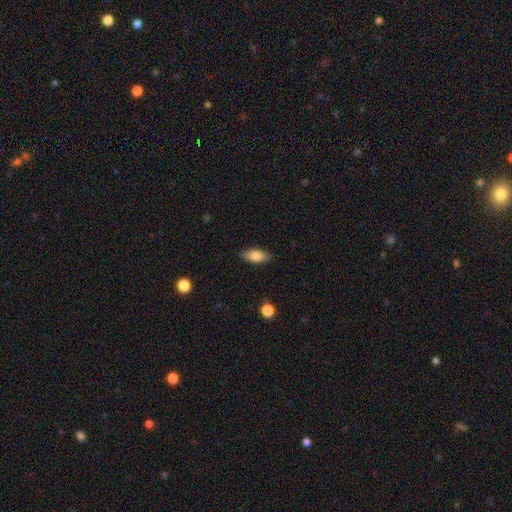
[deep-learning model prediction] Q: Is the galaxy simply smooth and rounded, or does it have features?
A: smooth — 82%.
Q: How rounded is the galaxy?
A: in between — 85%.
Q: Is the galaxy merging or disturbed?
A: none — 87%.